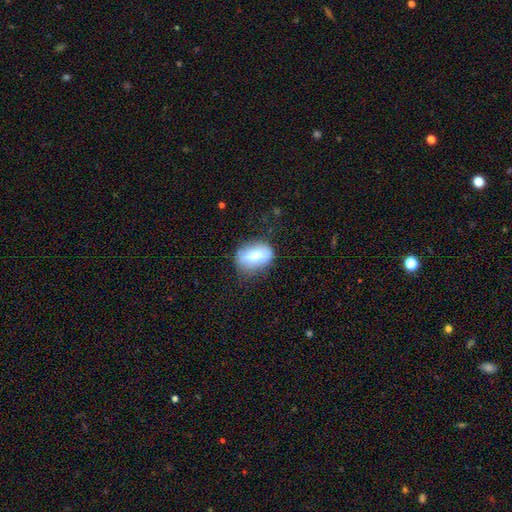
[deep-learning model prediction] A smooth galaxy with no disk features (65%) that is in between round and cigar-shaped (74%).

Vote fractions:
- Smooth or featured? smooth: 65% / featured or disk: 27% / star or artifact: 8%
- How rounded? in between: 74% / round: 22% / cigar-shaped: 4%
- Merging? none: 69% / minor disturbance: 22% / major disturbance: 7% / merger: 2%